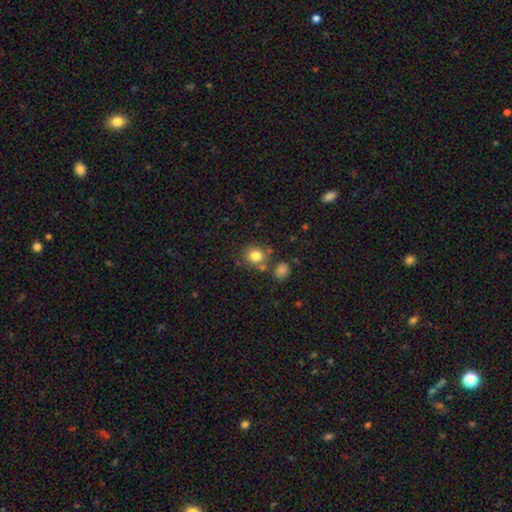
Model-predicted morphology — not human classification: type=smooth (81%); roundness=round (81%); merging=none (72%).